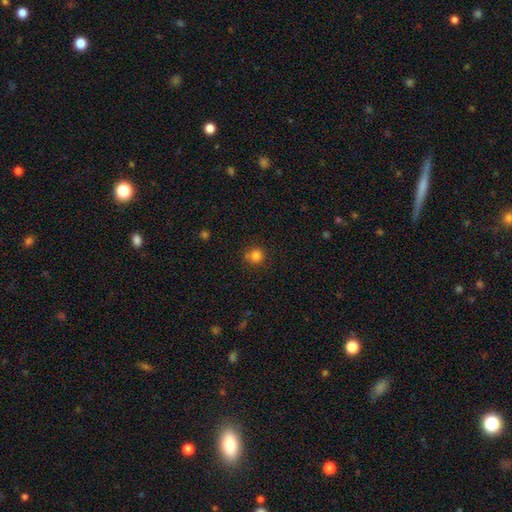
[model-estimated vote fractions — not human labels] Overall: smooth (82%). How rounded: round (90%). Merging: none (79%).